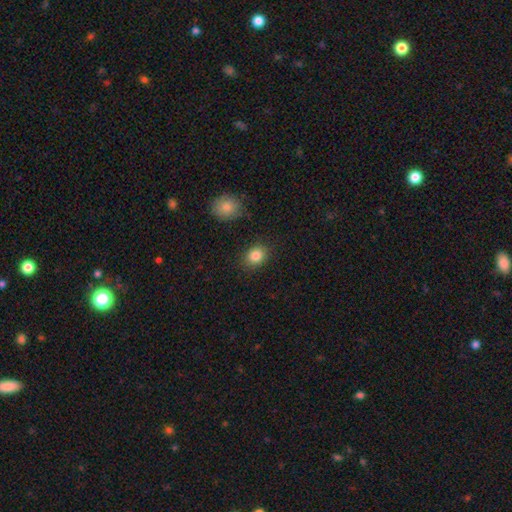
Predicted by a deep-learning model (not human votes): The model was most divided on "how rounded": round: 53%, in between: 46%, cigar-shaped: 1%. More confident: smooth or featured — smooth (85%); merging — none (85%).